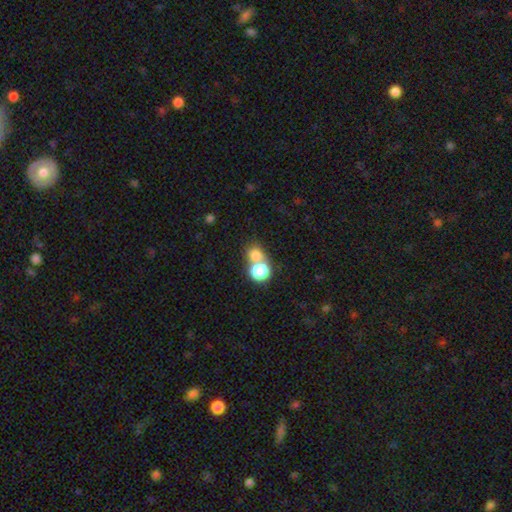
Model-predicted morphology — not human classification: Q: Smooth or featured?
A: smooth (74%); runner-up: star or artifact (16%)
Q: How rounded?
A: round (77%); runner-up: in between (22%)
Q: Merging?
A: merger (47%); runner-up: none (43%)